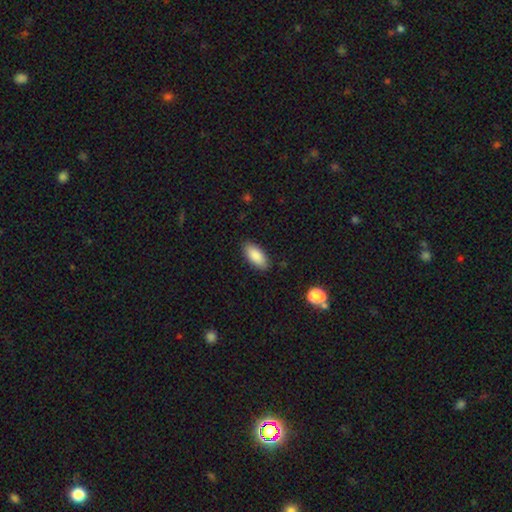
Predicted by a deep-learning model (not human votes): Smooth or featured? smooth (88%)
How rounded? in between (89%)
Merging? none (87%)